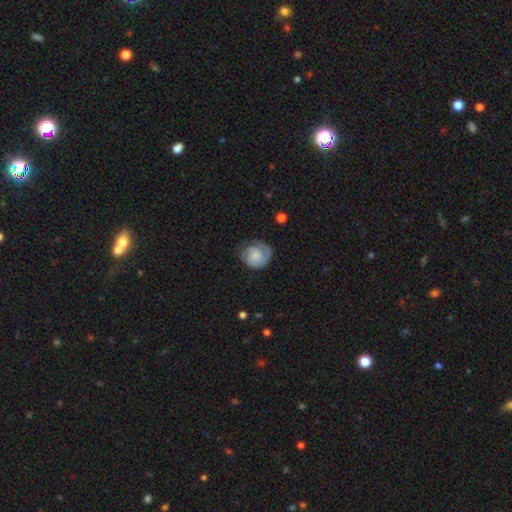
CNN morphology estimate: A featured or disk galaxy (64%) with no bar (76%), 2 (39%) tight (60%) spiral arms (90%) and a small central bulge (55%).

Vote fractions:
- Smooth or featured? featured or disk: 64% / smooth: 30% / star or artifact: 6%
- Edge-on disk? no: 98% / yes: 2%
- Bar? no: 76% / weak: 21% / strong: 3%
- Spiral arms? yes: 90% / no: 10%
- Spiral winding? tight: 60% / medium: 29% / loose: 11%
- Spiral arm count? 2: 39% / 1: 25% / can't tell: 22% / 3: 9% / 4: 3% / more than 4: 2%
- Bulge size? small: 55% / moderate: 25% / none: 13% / large: 4% / dominant: 2%
- Merging? none: 64% / minor disturbance: 22% / major disturbance: 13% / merger: 1%